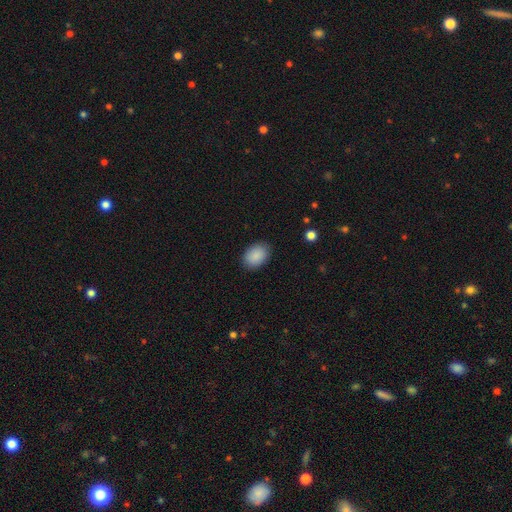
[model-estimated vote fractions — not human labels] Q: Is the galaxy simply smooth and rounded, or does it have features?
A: smooth — 90%.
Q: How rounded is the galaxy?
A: in between — 81%.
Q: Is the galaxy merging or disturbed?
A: none — 87%.